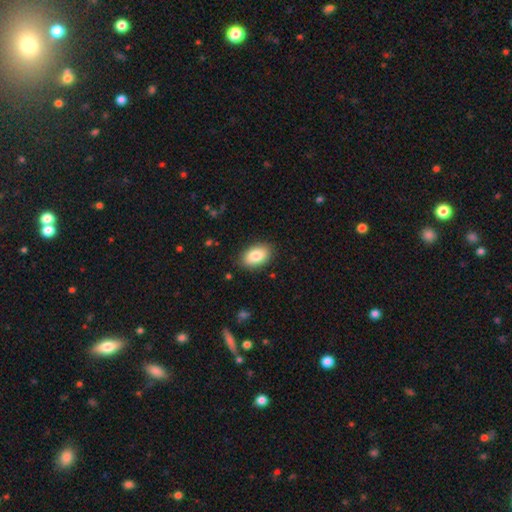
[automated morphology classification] type=smooth (85%); roundness=in between (91%); merging=none (86%).